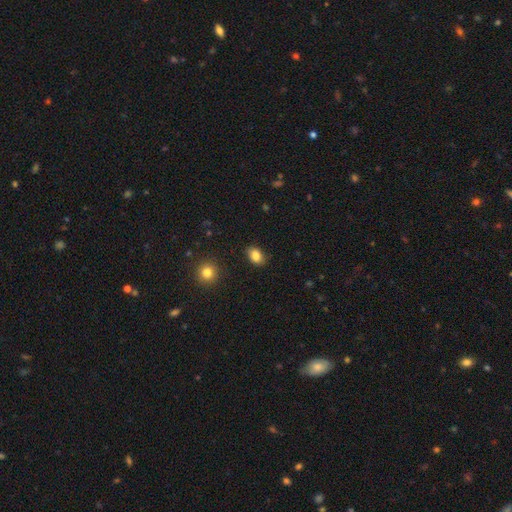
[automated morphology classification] smooth_or_featured: smooth (p=0.84) [alt: star or artifact p=0.09]
how_rounded: in between (p=0.78) [alt: round p=0.21]
merging: none (p=0.84) [alt: minor disturbance p=0.12]